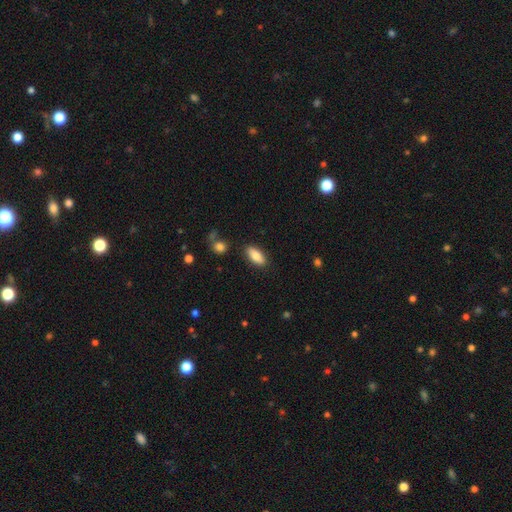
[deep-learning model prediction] Smooth or featured?
  - smooth: 82% *
  - featured or disk: 11%
  - star or artifact: 7%
How rounded?
  - in between: 86% *
  - cigar-shaped: 11%
  - round: 3%
Merging?
  - none: 87% *
  - minor disturbance: 9%
  - major disturbance: 2%
  - merger: 2%